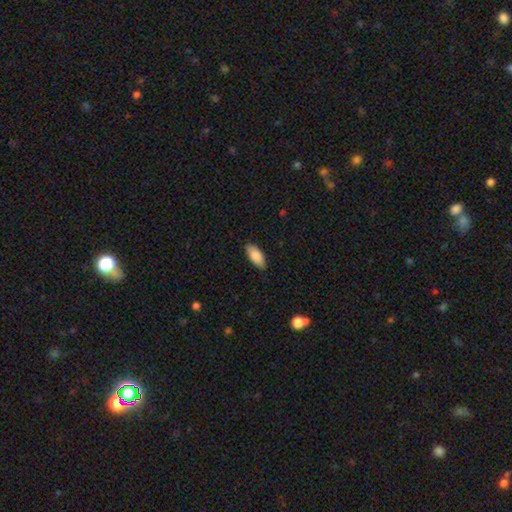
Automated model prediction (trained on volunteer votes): Morphology: type=smooth (86%); roundness=in between (89%); merging=none (88%).